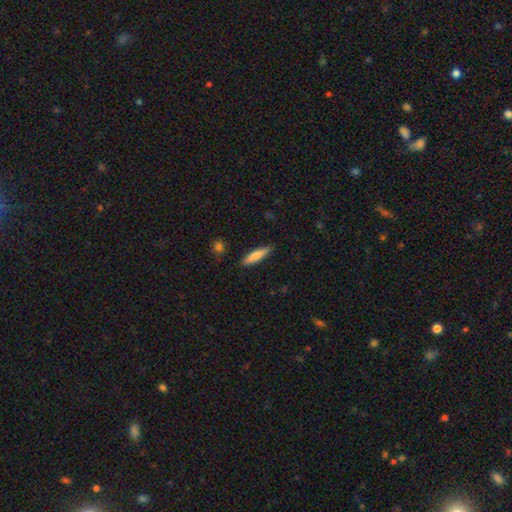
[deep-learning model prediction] Smooth or featured? Predicted: smooth (p=0.76). How rounded? Predicted: cigar-shaped (p=0.78). Merging? Predicted: none (p=0.88).